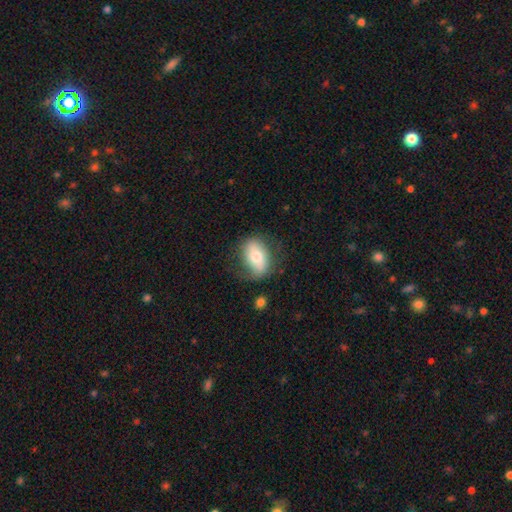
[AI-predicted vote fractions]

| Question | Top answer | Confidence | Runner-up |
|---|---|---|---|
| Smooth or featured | smooth | 62% | featured or disk (31%) |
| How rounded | in between | 84% | round (14%) |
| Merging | none | 66% | minor disturbance (22%) |